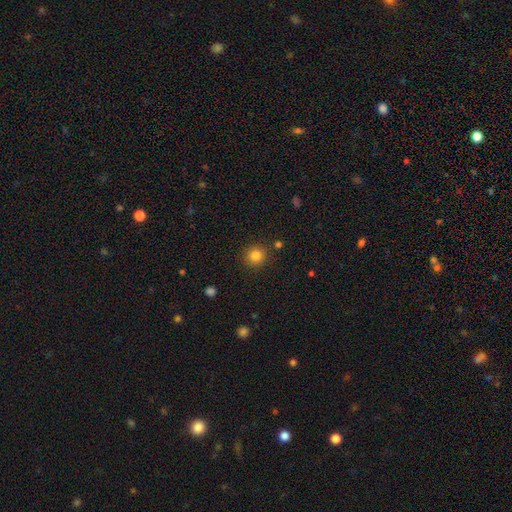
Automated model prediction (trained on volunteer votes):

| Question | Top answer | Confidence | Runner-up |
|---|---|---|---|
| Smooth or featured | smooth | 82% | star or artifact (12%) |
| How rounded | round | 91% | in between (8%) |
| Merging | none | 87% | minor disturbance (7%) |